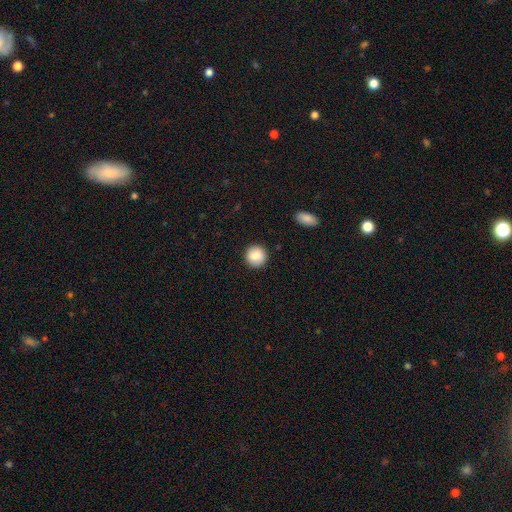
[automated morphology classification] smooth 88%, star or artifact 8%, featured or disk 5%. Down the decision tree: how rounded — round (93%); merging — none (91%).